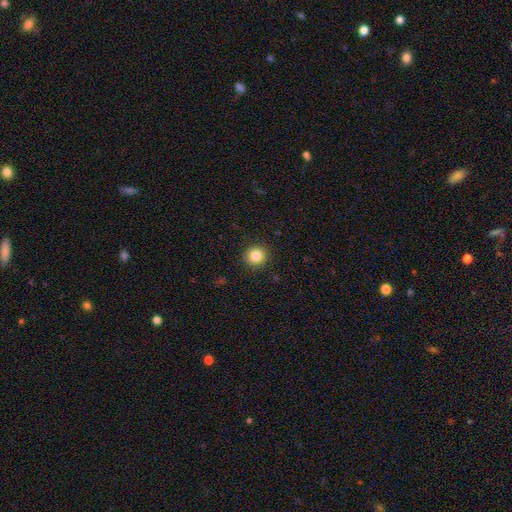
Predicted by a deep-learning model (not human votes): Smooth or featured?
  - smooth: 84% *
  - star or artifact: 10%
  - featured or disk: 5%
How rounded?
  - round: 93% *
  - in between: 6%
  - cigar-shaped: 1%
Merging?
  - none: 92% *
  - minor disturbance: 5%
  - major disturbance: 2%
  - merger: 1%